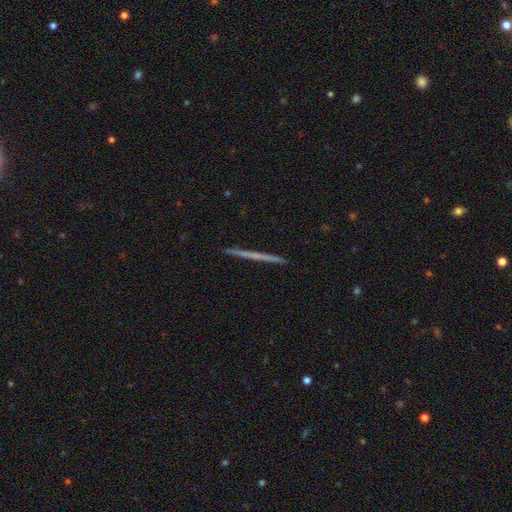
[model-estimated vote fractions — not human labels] Smooth or featured? featured or disk (59%)
Edge-on disk? yes (98%)
Edge-on bulge? none (86%)
Merging? none (93%)